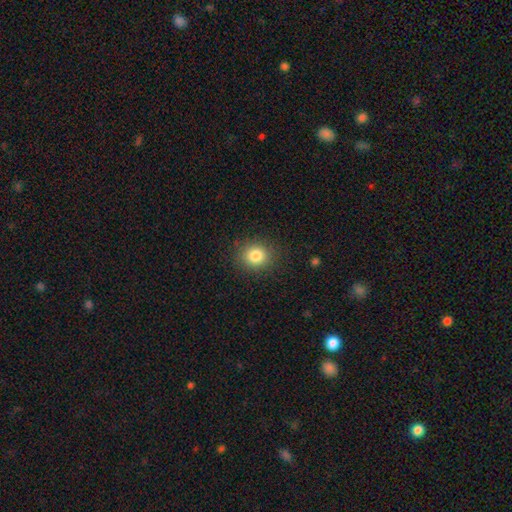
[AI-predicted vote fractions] A smooth galaxy with no disk features (83%) that is round (79%).

Vote fractions:
- Smooth or featured? smooth: 83% / star or artifact: 11% / featured or disk: 6%
- How rounded? round: 79% / in between: 20% / cigar-shaped: 1%
- Merging? none: 88% / minor disturbance: 8% / major disturbance: 3% / merger: 1%